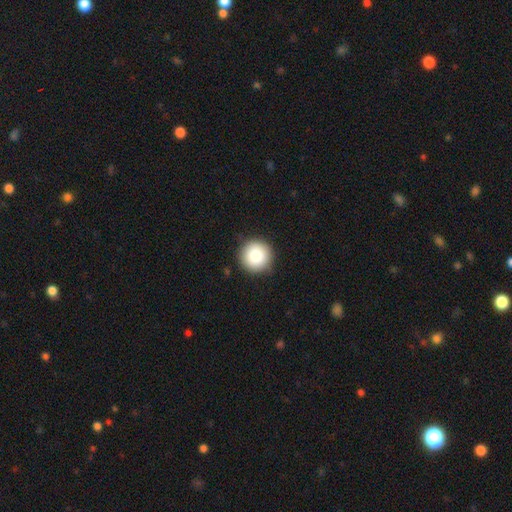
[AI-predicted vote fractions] smooth_or_featured: smooth (p=0.85) [alt: star or artifact p=0.08]
how_rounded: round (p=0.96) [alt: in between p=0.03]
merging: none (p=0.90) [alt: minor disturbance p=0.07]